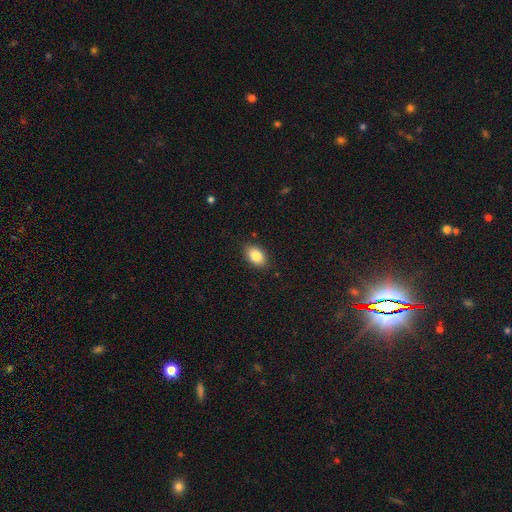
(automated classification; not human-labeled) Morphology: type=smooth (85%); roundness=in between (89%); merging=none (87%).